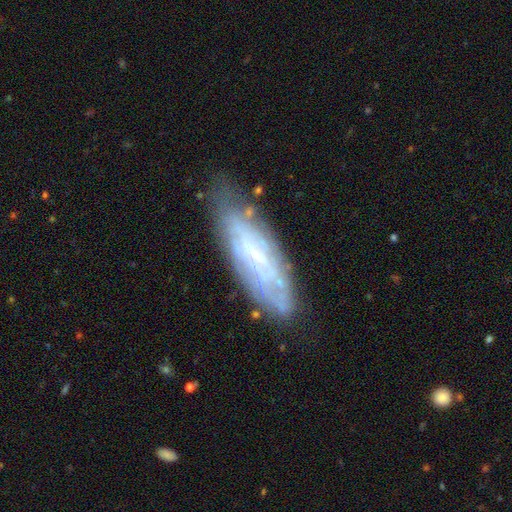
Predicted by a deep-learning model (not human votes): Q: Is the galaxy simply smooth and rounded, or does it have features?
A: featured or disk — 60%.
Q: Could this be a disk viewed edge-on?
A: no — 70%.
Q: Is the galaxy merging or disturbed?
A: none — 68%.